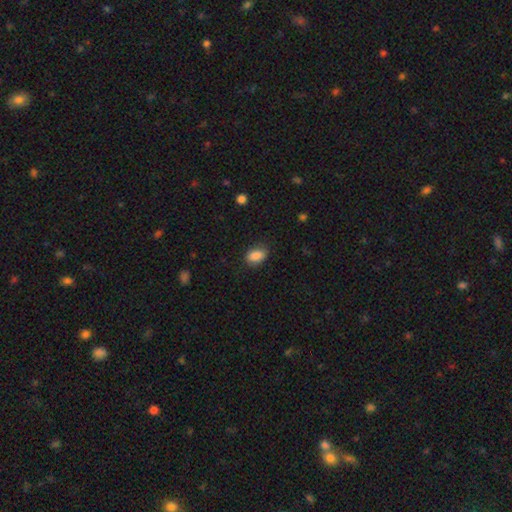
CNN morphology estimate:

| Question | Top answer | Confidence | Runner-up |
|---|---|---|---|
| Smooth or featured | smooth | 86% | star or artifact (8%) |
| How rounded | in between | 83% | round (16%) |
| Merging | none | 79% | minor disturbance (16%) |